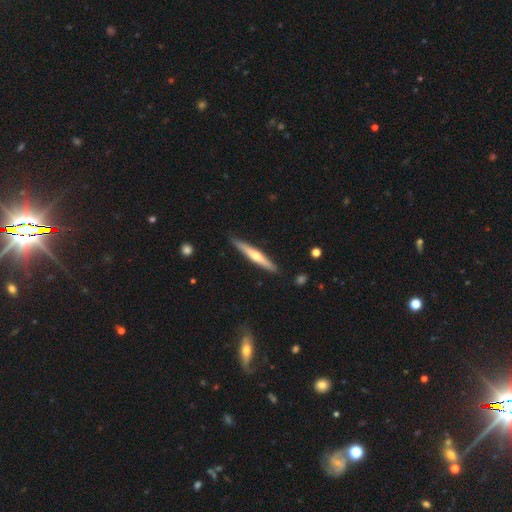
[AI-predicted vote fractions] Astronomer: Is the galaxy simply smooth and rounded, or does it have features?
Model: featured or disk — 59% (runner-up: smooth, 36%).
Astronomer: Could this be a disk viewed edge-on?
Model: yes — 96%.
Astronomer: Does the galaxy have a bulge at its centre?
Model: rounded — 84%.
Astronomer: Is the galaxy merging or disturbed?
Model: none — 88%.